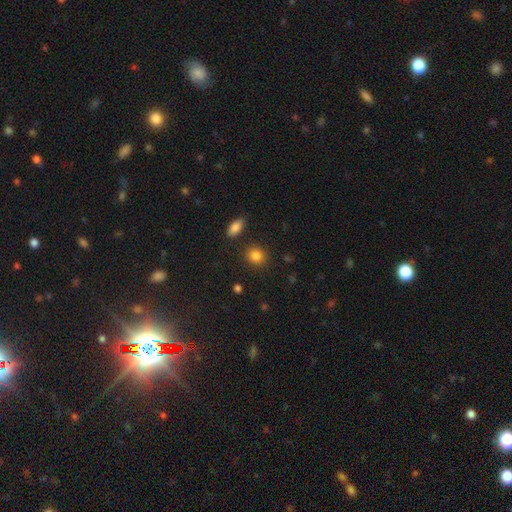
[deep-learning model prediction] Q: Smooth or featured?
A: smooth (86%); runner-up: star or artifact (9%)
Q: How rounded?
A: round (74%); runner-up: in between (25%)
Q: Merging?
A: none (87%); runner-up: minor disturbance (8%)